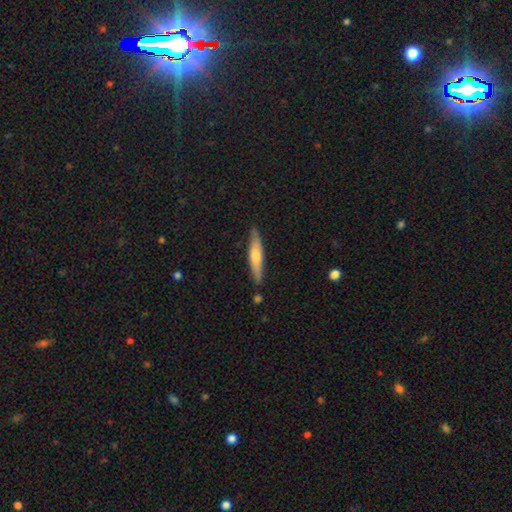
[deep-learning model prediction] Smooth or featured?
  - smooth: 49% *
  - featured or disk: 45%
  - star or artifact: 6%
Merging?
  - none: 87% *
  - minor disturbance: 10%
  - merger: 2%
  - major disturbance: 2%